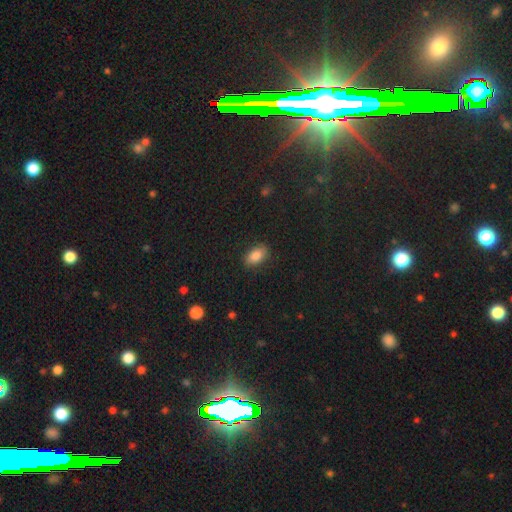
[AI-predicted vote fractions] Smooth or featured? Predicted: smooth (p=0.83). How rounded? Predicted: in between (p=0.90). Merging? Predicted: none (p=0.84).